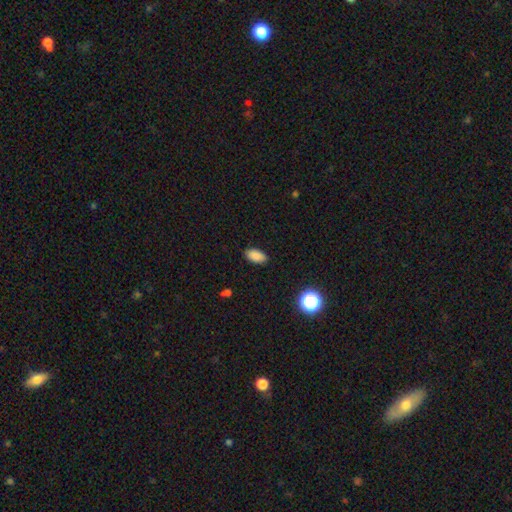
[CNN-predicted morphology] Smooth or featured? Predicted: smooth (p=0.87). How rounded? Predicted: in between (p=0.93). Merging? Predicted: none (p=0.88).